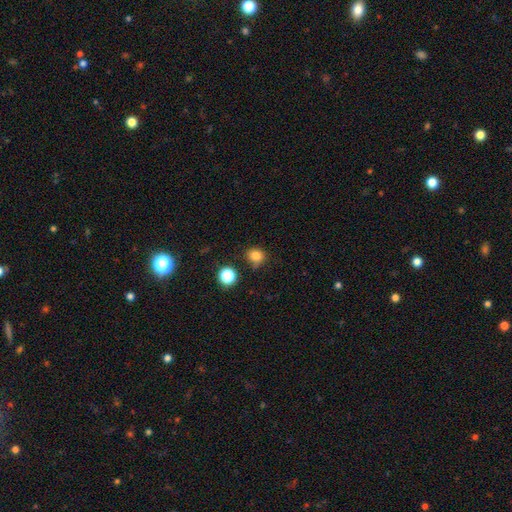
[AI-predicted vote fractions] smooth_or_featured: smooth (p=0.80) [alt: star or artifact p=0.14]
how_rounded: round (p=0.75) [alt: in between p=0.24]
merging: none (p=0.69) [alt: minor disturbance p=0.20]